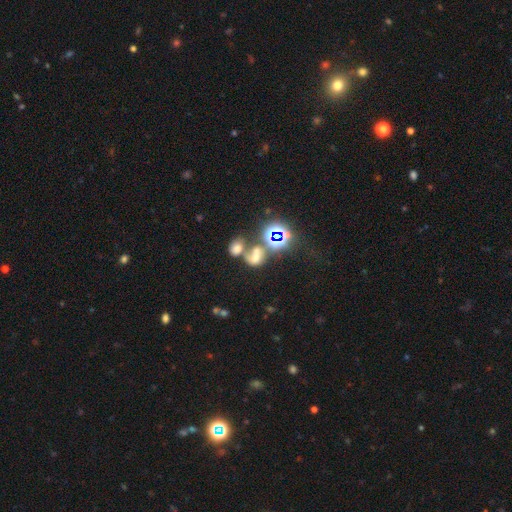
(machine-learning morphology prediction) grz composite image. It shows a smooth galaxy with no disk features (44%). Merging: merger (55%).